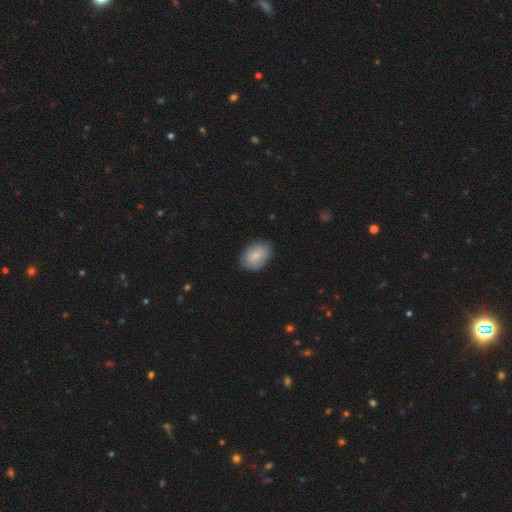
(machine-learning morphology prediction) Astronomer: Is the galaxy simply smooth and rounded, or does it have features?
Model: smooth — 81%.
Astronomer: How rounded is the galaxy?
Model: in between — 77%.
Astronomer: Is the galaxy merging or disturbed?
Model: none — 83%.